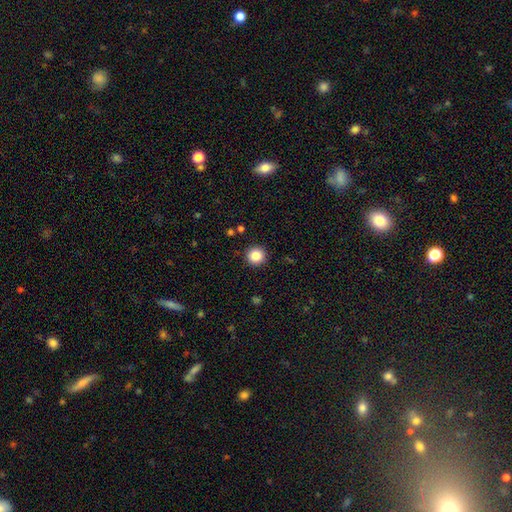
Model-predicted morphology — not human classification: Smooth or featured? Predicted: smooth (p=0.85). How rounded? Predicted: round (p=0.95). Merging? Predicted: none (p=0.92).